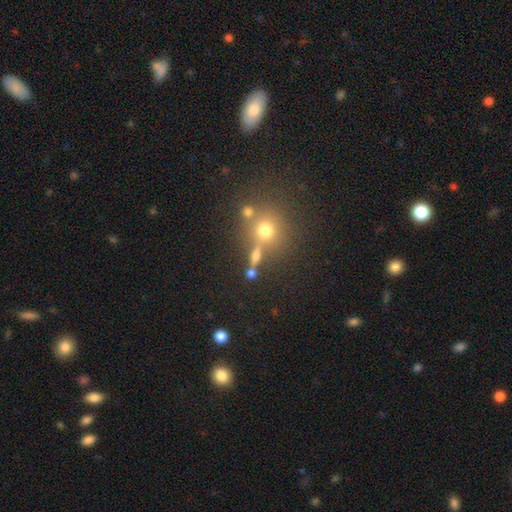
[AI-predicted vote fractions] This appears to be a smooth galaxy with no disk features (57%) that is round (45%). Merging: none (65%).